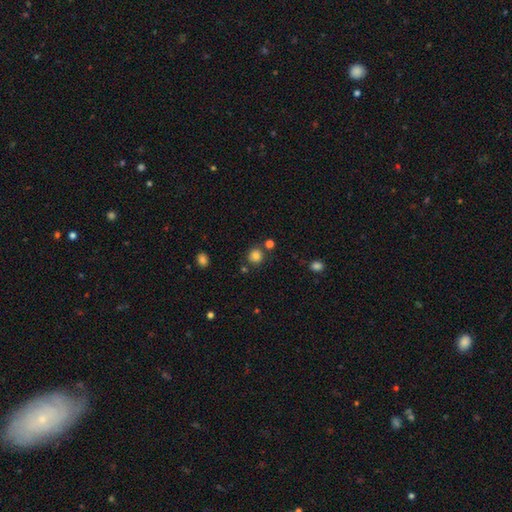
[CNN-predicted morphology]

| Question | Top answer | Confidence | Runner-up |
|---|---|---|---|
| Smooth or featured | smooth | 81% | star or artifact (13%) |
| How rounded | round | 89% | in between (10%) |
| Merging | none | 78% | minor disturbance (10%) |